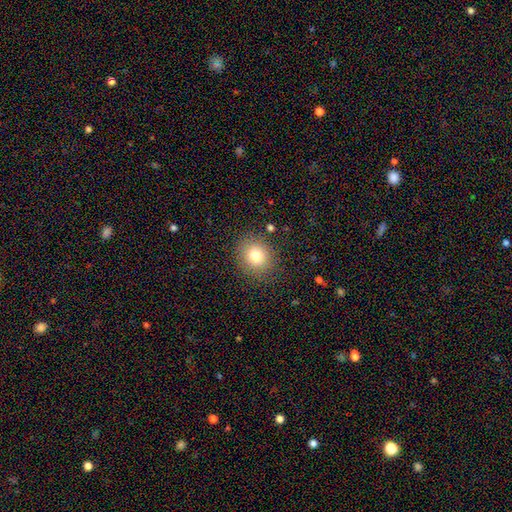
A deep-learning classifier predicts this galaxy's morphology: Smooth or featured: smooth — 78% (star or artifact — 12%)
How rounded: round — 75% (in between — 24%)
Merging: none — 87% (minor disturbance — 9%)